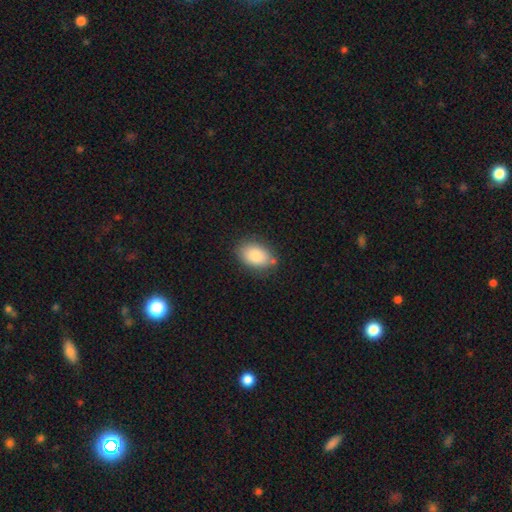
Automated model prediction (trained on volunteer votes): This appears to be a smooth galaxy with no disk features (86%) that is in between round and cigar-shaped (88%). Merging: none (77%).